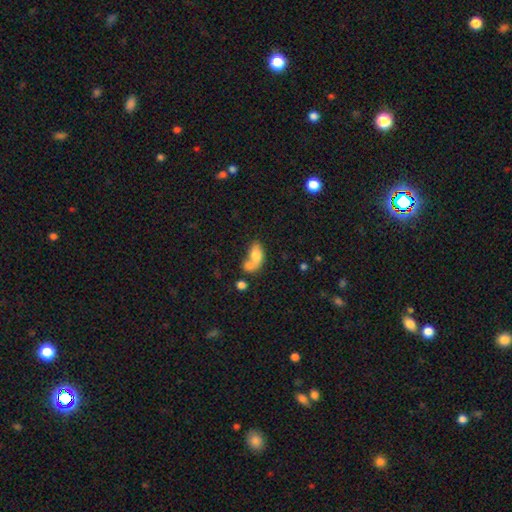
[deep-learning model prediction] smooth-or-featured: smooth: 73% | featured or disk: 19% | star or artifact: 8%
  how-rounded: in between: 86% | round: 10% | cigar-shaped: 4%
  merging: merger: 59% | none: 22% | minor disturbance: 11% | major disturbance: 8%